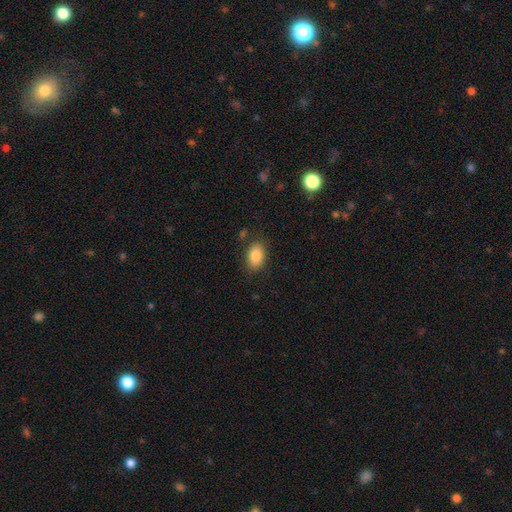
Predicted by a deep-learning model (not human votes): Smooth or featured: smooth — 85% (star or artifact — 8%)
How rounded: in between — 87% (round — 12%)
Merging: none — 84% (minor disturbance — 11%)